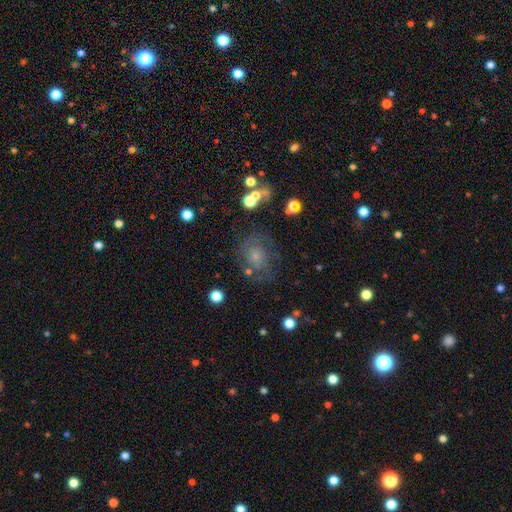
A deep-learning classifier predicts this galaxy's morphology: Smooth or featured? featured or disk (41%, tied with smooth)
Merging? none (62%)